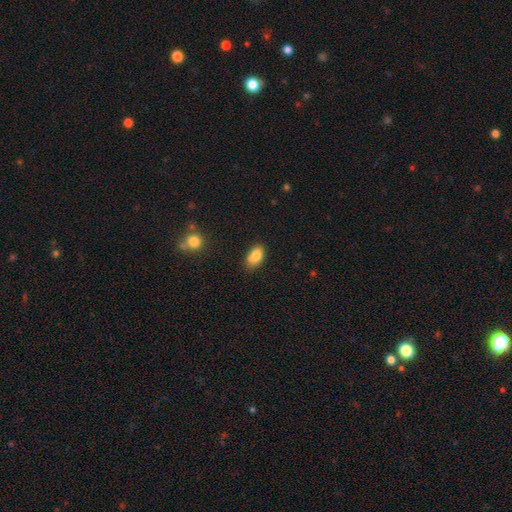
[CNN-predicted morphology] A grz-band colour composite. It shows a smooth galaxy with no disk features (83%) that is in between round and cigar-shaped (89%). Merging: none (71%).